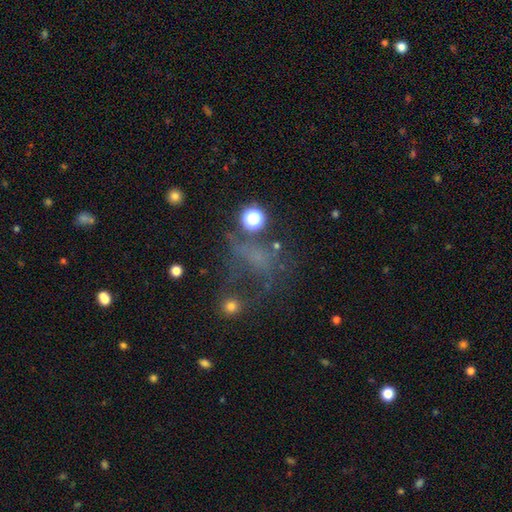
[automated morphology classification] Smooth or featured? smooth (39%)
Merging? none (42%)